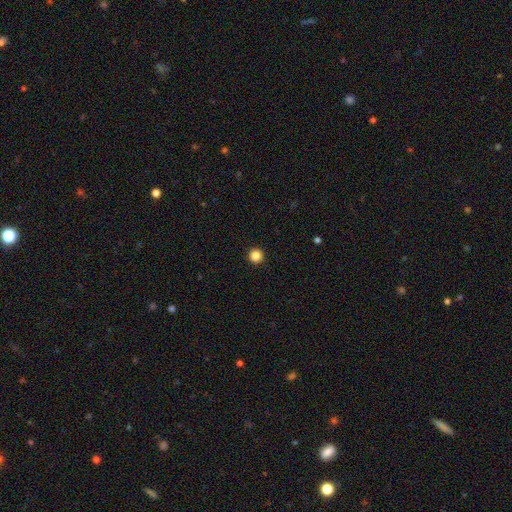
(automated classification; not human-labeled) This appears to be a smooth galaxy with no disk features (86%) that is round (97%). Merging: none (94%).